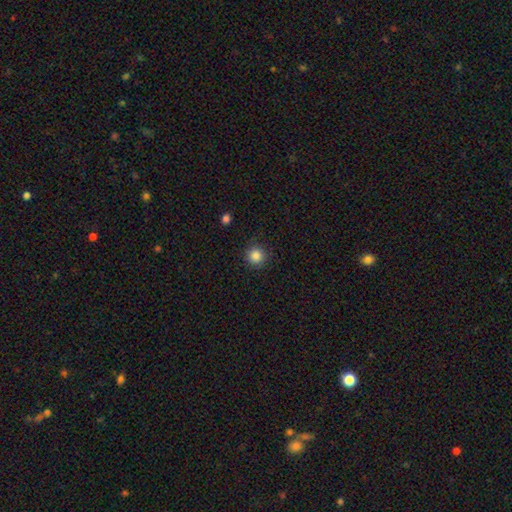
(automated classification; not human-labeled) smooth_or_featured: smooth (p=0.86) [alt: star or artifact p=0.11]
how_rounded: round (p=0.95) [alt: in between p=0.04]
merging: none (p=0.88) [alt: minor disturbance p=0.08]